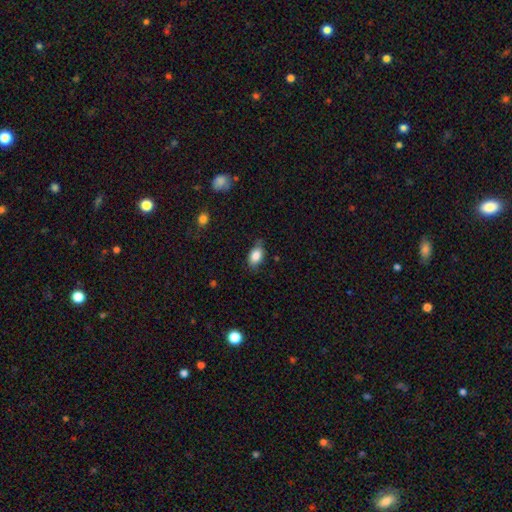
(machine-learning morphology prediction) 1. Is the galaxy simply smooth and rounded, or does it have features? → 85% smooth, 8% featured or disk, 7% star or artifact.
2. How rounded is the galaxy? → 88% in between, 10% round, 2% cigar-shaped.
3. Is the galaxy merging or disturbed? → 72% none, 23% minor disturbance, 4% major disturbance, 1% merger.